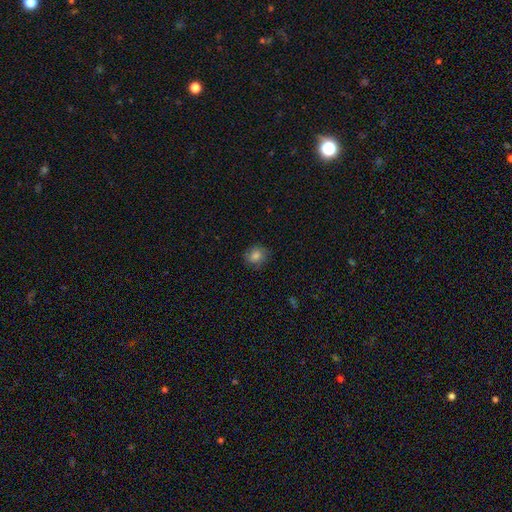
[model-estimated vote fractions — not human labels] This is likely a smooth galaxy (79%). How rounded: likely round (74%). Merging: clearly none (82%).